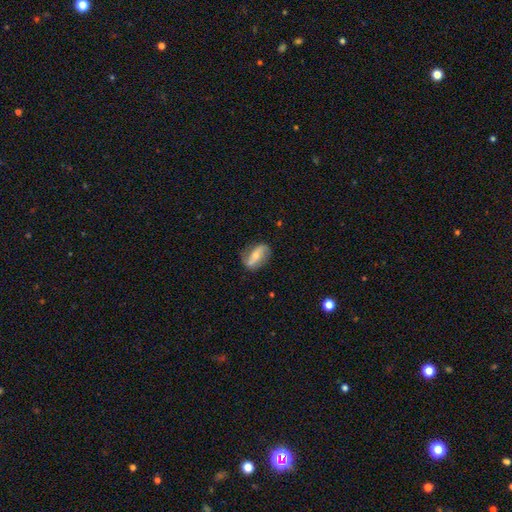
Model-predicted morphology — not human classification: A featured or disk galaxy (66%) with a strong bar (46%), spiral arms (81%) and a small central bulge (47%, tied with moderate). Merging: none (76%).